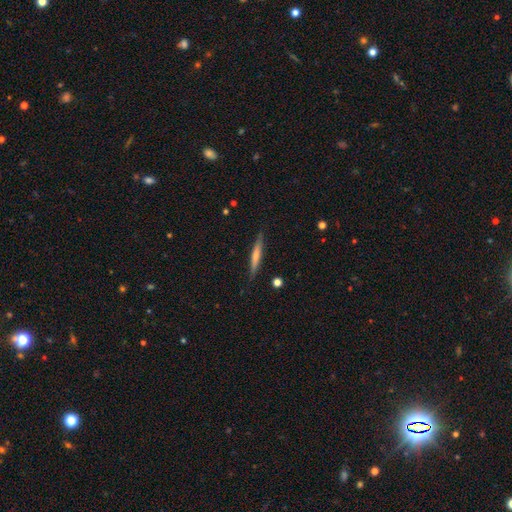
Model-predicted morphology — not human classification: smooth_or_featured: featured or disk (p=0.60) [alt: smooth p=0.34]
disk_edge_on: yes (p=0.97) [alt: no p=0.03]
edge_on_bulge: rounded (p=0.59) [alt: none p=0.32]
merging: none (p=0.89) [alt: minor disturbance p=0.08]